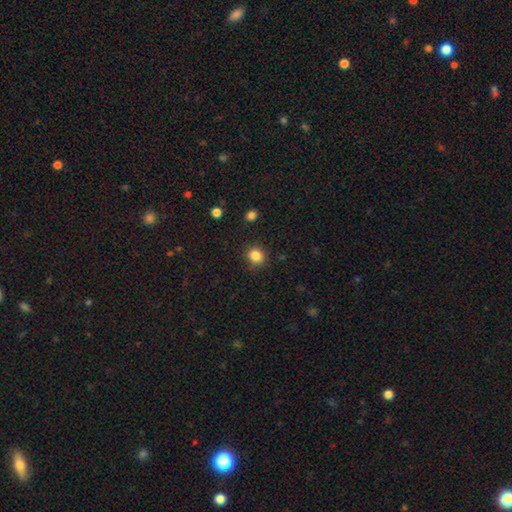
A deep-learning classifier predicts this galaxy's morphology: Smooth or featured?
  - smooth: 85% *
  - star or artifact: 11%
  - featured or disk: 4%
How rounded?
  - round: 75% *
  - in between: 24%
  - cigar-shaped: 1%
Merging?
  - none: 88% *
  - minor disturbance: 8%
  - major disturbance: 3%
  - merger: 2%